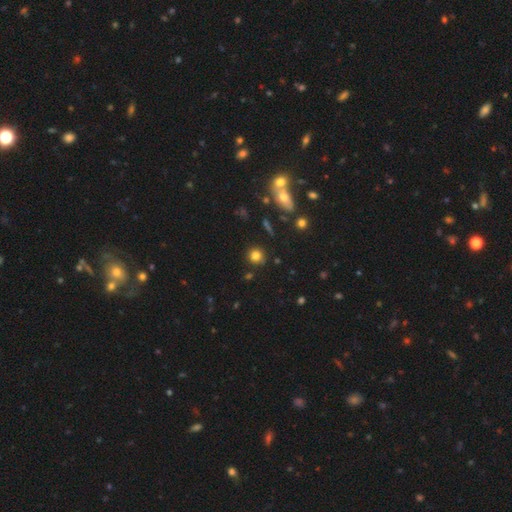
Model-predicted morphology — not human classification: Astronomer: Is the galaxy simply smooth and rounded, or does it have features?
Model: smooth — 80%.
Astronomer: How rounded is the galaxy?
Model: round — 89%.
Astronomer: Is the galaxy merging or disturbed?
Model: none — 86%.